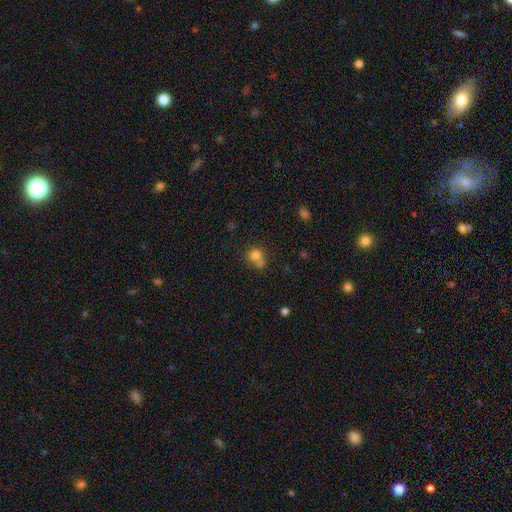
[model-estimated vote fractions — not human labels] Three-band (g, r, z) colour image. It shows a smooth galaxy with no disk features (77%) that is round (79%). Merging: none (43%).